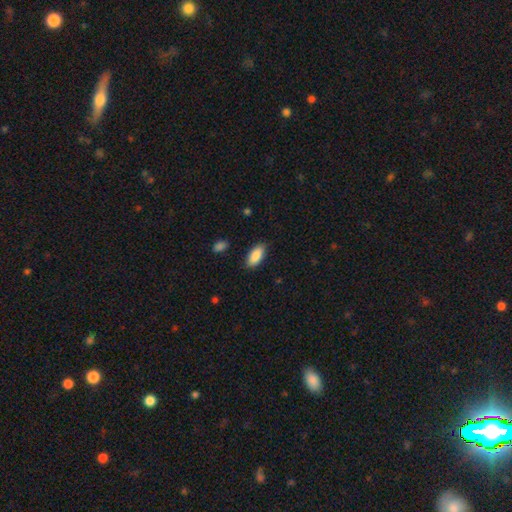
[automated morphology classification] Q: Smooth or featured?
A: smooth (89%); runner-up: star or artifact (6%)
Q: How rounded?
A: in between (90%); runner-up: cigar-shaped (8%)
Q: Merging?
A: none (86%); runner-up: minor disturbance (11%)